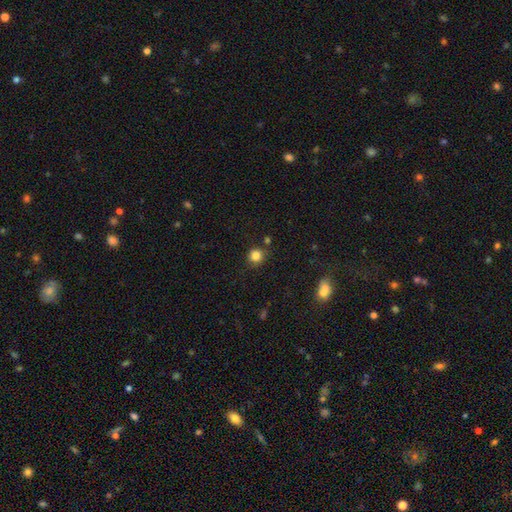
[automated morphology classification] The model was most divided on "smooth or featured": smooth: 82%, star or artifact: 12%, featured or disk: 5%. More confident: how rounded — round (90%); merging — none (82%).